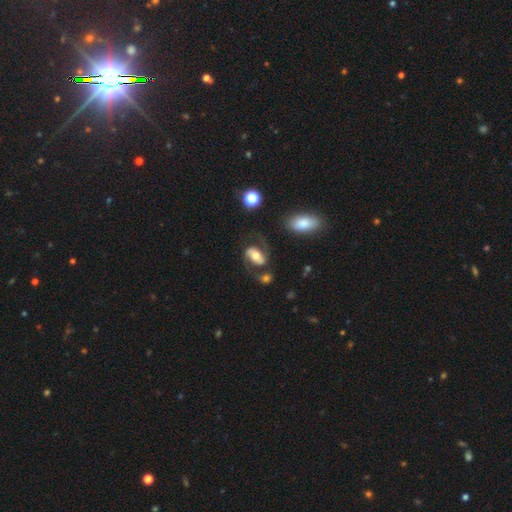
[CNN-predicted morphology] featured or disk 64%, smooth 29%, star or artifact 8%. Down the decision tree: edge-on disk — no (94%); bar — no (40%); spiral arms — yes (85%); spiral arm count — 2 (89%); spiral winding — loose (43%); bulge size — moderate (62%); merging — none (59%).